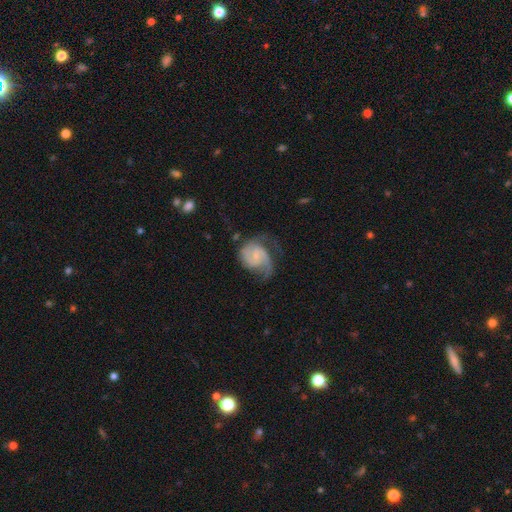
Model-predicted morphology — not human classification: Smooth or featured?
  - featured or disk: 80% *
  - smooth: 14%
  - star or artifact: 6%
Edge-on disk?
  - no: 98% *
  - yes: 2%
Bar?
  - no: 57% *
  - weak: 37%
  - strong: 6%
Spiral arms?
  - yes: 95% *
  - no: 5%
Spiral winding?
  - medium: 48% *
  - tight: 29%
  - loose: 23%
Spiral arm count?
  - 2: 69% *
  - can't tell: 9%
  - 1: 9%
  - 3: 9%
  - 4: 2%
  - more than 4: 2%
Bulge size?
  - small: 60% *
  - none: 21%
  - moderate: 16%
  - large: 2%
  - dominant: 1%
Merging?
  - none: 52% *
  - minor disturbance: 24%
  - major disturbance: 22%
  - merger: 2%